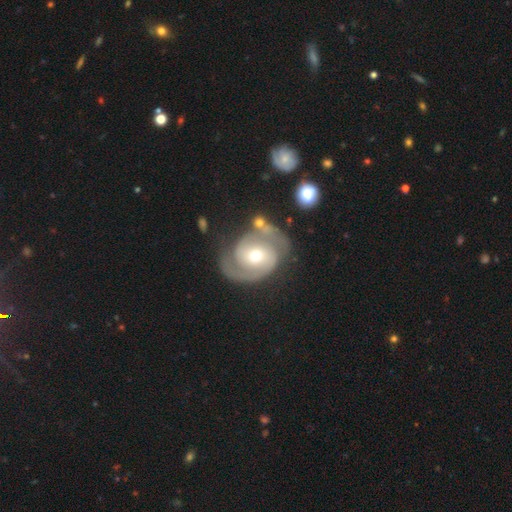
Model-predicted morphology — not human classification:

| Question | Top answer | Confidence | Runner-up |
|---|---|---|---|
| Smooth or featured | featured or disk | 88% | smooth (8%) |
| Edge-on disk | no | 98% | yes (2%) |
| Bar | no | 61% | weak (29%) |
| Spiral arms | yes | 96% | no (4%) |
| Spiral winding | medium | 47% | tight (40%) |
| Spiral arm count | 2 | 88% | can't tell (4%) |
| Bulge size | moderate | 56% | small (39%) |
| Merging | none | 66% | minor disturbance (17%) |